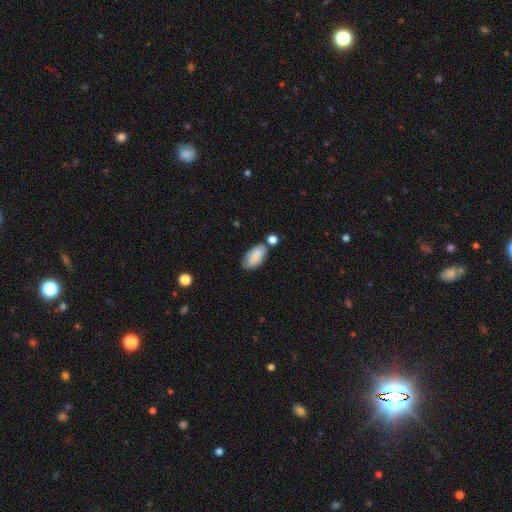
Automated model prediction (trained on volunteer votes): Overall: smooth (79%). How rounded: in between (93%). Merging: none (56%; minor disturbance 21%).